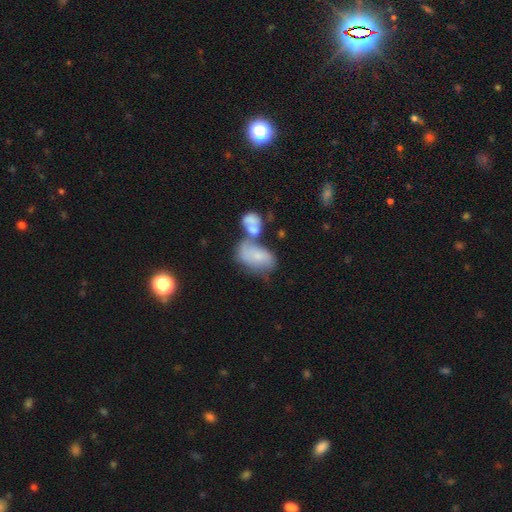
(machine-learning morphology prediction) Smooth or featured?
  - smooth: 59% *
  - featured or disk: 32%
  - star or artifact: 8%
How rounded?
  - in between: 91% *
  - round: 7%
  - cigar-shaped: 2%
Merging?
  - merger: 53% *
  - none: 22%
  - minor disturbance: 14%
  - major disturbance: 10%